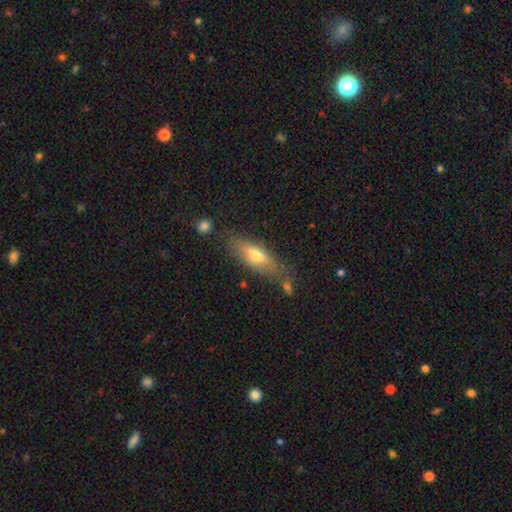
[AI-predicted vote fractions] A smooth galaxy with no disk features (63%) that is in between round and cigar-shaped (55%).

Vote fractions:
- Smooth or featured? smooth: 63% / featured or disk: 30% / star or artifact: 7%
- How rounded? in between: 55% / cigar-shaped: 42% / round: 3%
- Merging? none: 70% / minor disturbance: 18% / merger: 6% / major disturbance: 5%